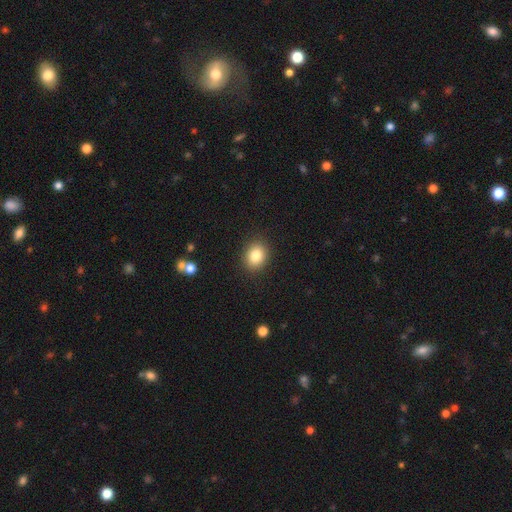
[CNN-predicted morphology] This is clearly a smooth galaxy (84%). How rounded: possibly round (57%). Merging: clearly none (89%).